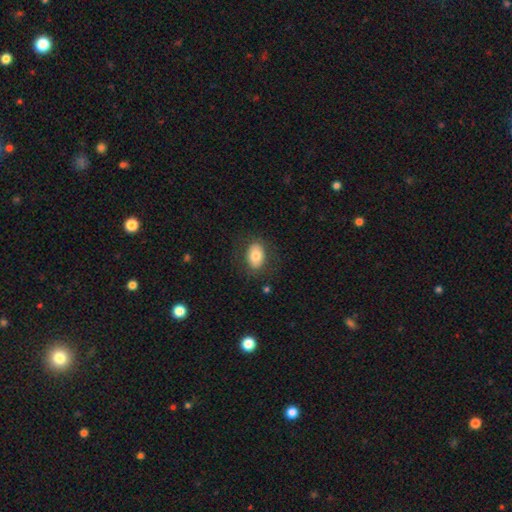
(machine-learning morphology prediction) Smooth or featured: smooth — 77% (featured or disk — 16%)
How rounded: in between — 79% (round — 20%)
Merging: none — 81% (minor disturbance — 12%)